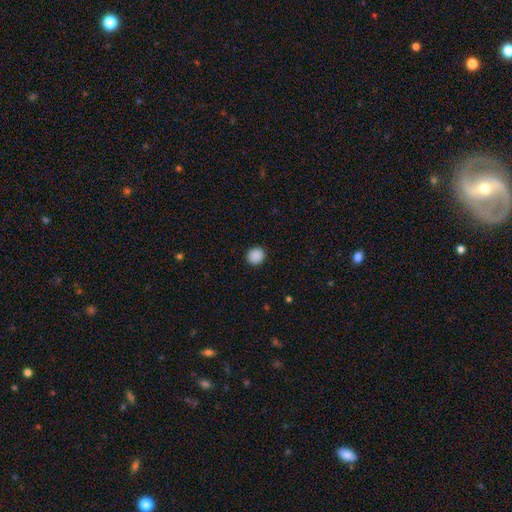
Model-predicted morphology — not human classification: This is clearly a smooth galaxy (89%). How rounded: likely round (79%). Merging: clearly none (90%).